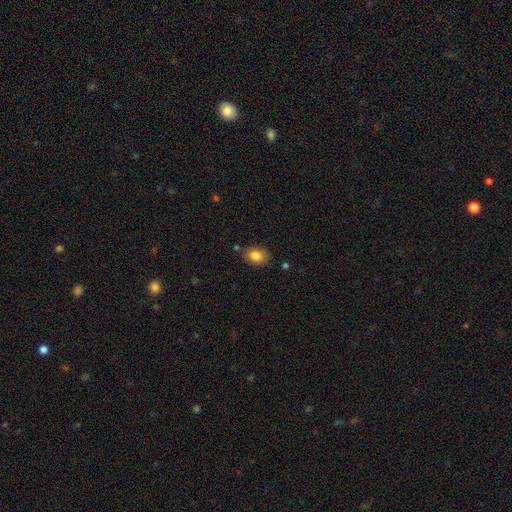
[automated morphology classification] This appears to be a smooth galaxy with no disk features (83%) that is in between round and cigar-shaped (76%). Merging: none (79%).